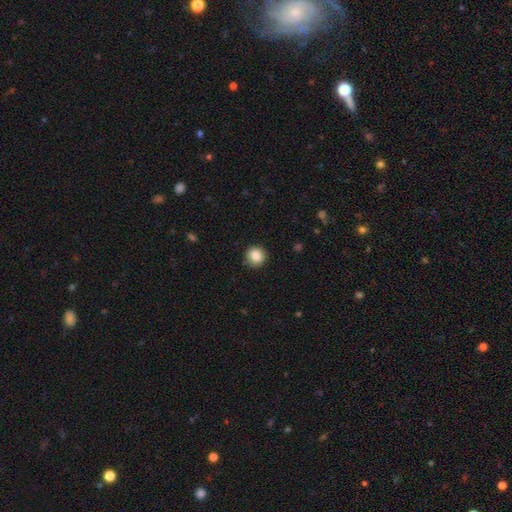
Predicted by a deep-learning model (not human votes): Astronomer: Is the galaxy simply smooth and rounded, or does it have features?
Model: smooth — 85%.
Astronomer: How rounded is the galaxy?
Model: round — 87%.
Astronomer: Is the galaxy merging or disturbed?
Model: none — 88%.